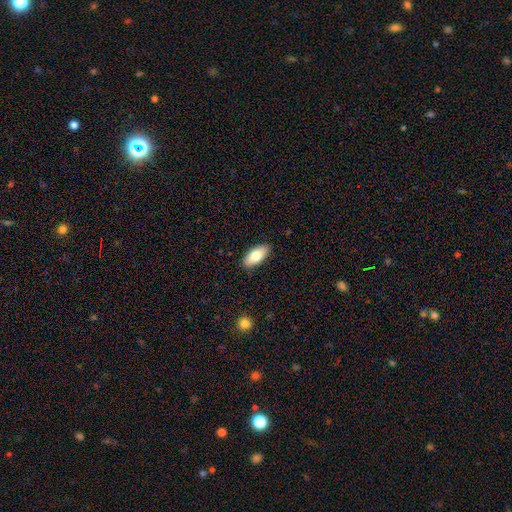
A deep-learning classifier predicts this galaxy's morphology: A smooth galaxy with no disk features (77%) that is in between round and cigar-shaped (89%). Merging: none (87%).